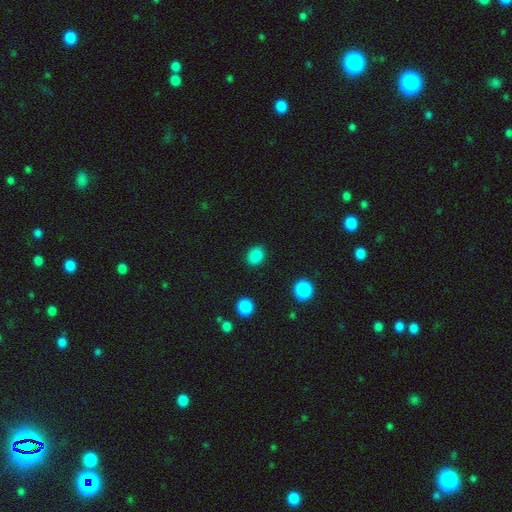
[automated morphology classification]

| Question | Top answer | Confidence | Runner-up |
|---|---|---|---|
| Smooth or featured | smooth | 86% | star or artifact (11%) |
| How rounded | in between | 55% | round (44%) |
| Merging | none | 87% | minor disturbance (9%) |